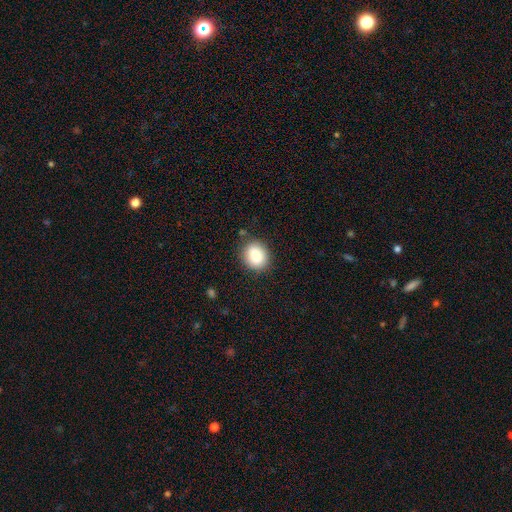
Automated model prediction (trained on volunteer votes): Smooth or featured? smooth (87%)
How rounded? round (54%)
Merging? none (83%)